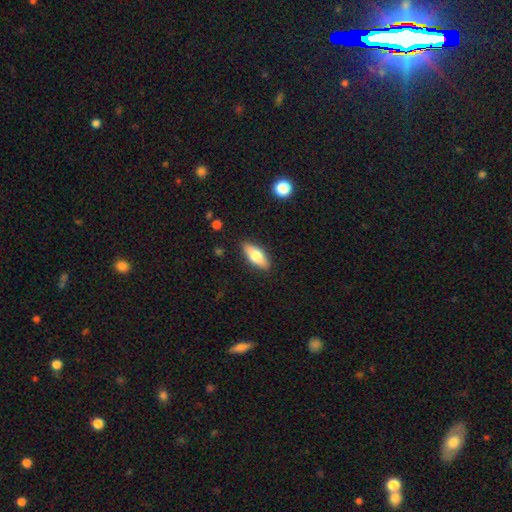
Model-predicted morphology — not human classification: Smooth or featured? Predicted: smooth (p=0.68). How rounded? Predicted: in between (p=0.78). Merging? Predicted: none (p=0.88).